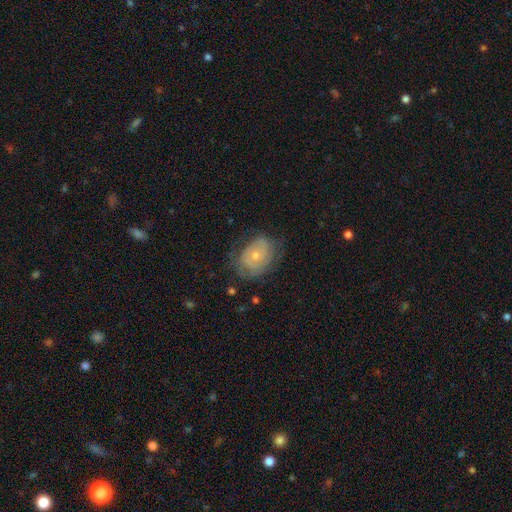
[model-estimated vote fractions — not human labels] Smooth or featured?
  - featured or disk: 54% *
  - smooth: 38%
  - star or artifact: 8%
Edge-on disk?
  - no: 96% *
  - yes: 4%
Bar?
  - no: 83% *
  - weak: 15%
  - strong: 3%
Spiral arms?
  - yes: 62% *
  - no: 38%
Bulge size?
  - small: 58% *
  - moderate: 38%
  - none: 2%
  - large: 2%
  - dominant: 1%
Merging?
  - none: 59% *
  - minor disturbance: 27%
  - major disturbance: 13%
  - merger: 1%